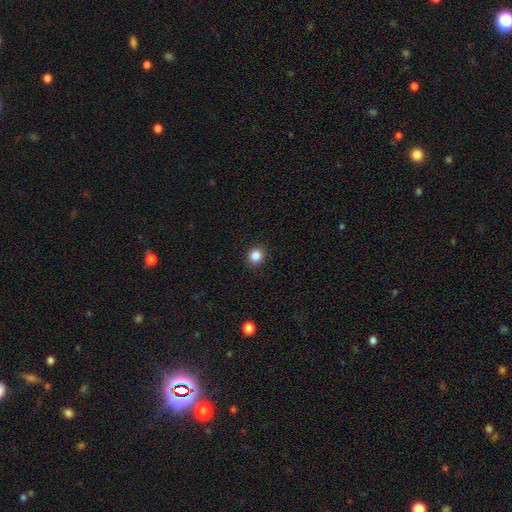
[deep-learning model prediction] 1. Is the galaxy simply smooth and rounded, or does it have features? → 86% smooth, 11% star or artifact, 3% featured or disk.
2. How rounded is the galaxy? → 89% round, 10% in between, 1% cigar-shaped.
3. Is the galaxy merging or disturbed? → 91% none, 6% minor disturbance, 2% major disturbance, 1% merger.